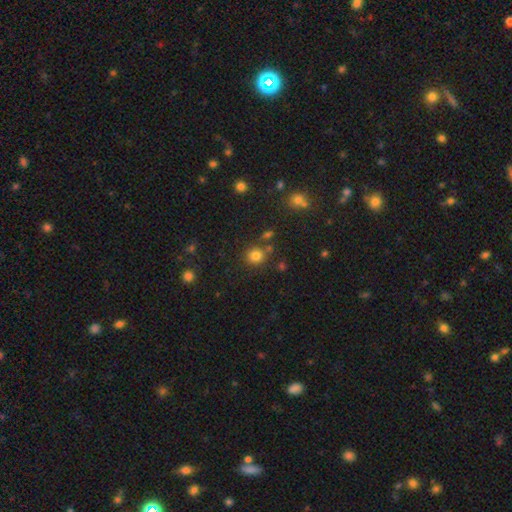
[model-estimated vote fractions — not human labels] A smooth galaxy with no disk features (79%) that is round (89%). Merging: none (78%).